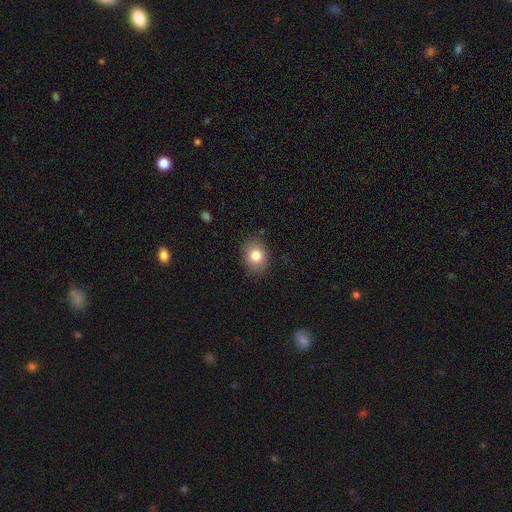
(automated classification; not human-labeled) A smooth galaxy with no disk features (81%) that is round (51%). Merging: none (85%).